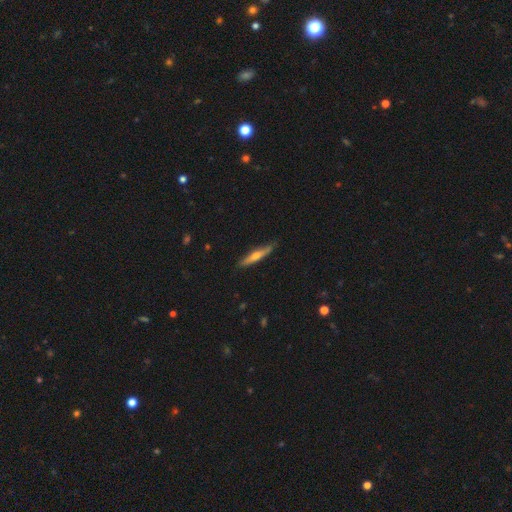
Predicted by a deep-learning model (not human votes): Smooth or featured: featured or disk — 58% (smooth — 36%)
Edge-on disk: yes — 94% (no — 6%)
Edge-on bulge: rounded — 85% (none — 11%)
Merging: none — 84% (minor disturbance — 13%)